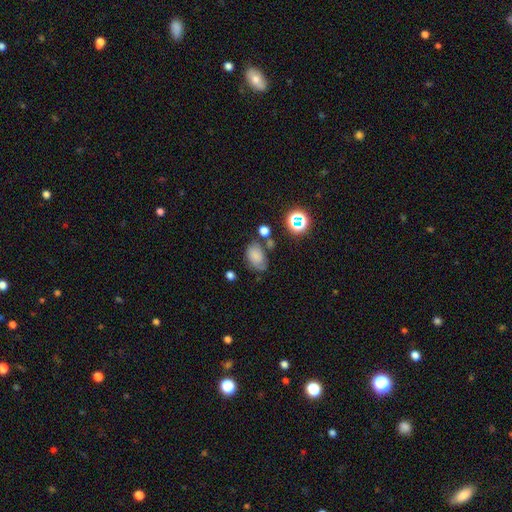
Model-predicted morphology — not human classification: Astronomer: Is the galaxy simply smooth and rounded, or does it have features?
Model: smooth — 68%.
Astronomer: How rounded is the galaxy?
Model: in between — 83%.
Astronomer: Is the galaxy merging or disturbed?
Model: none — 56%.